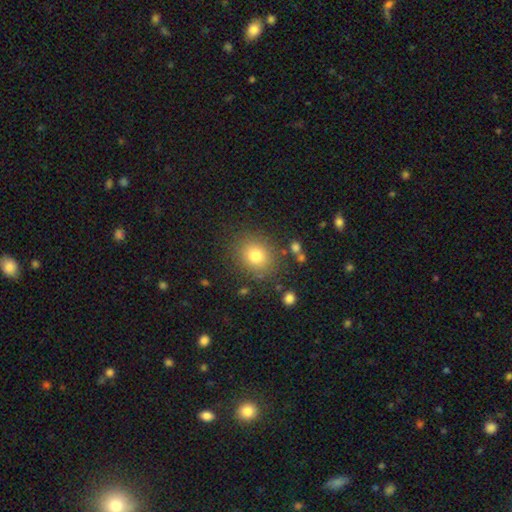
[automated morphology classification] Overall: smooth (77%). How rounded: round (72%). Merging: none (83%).